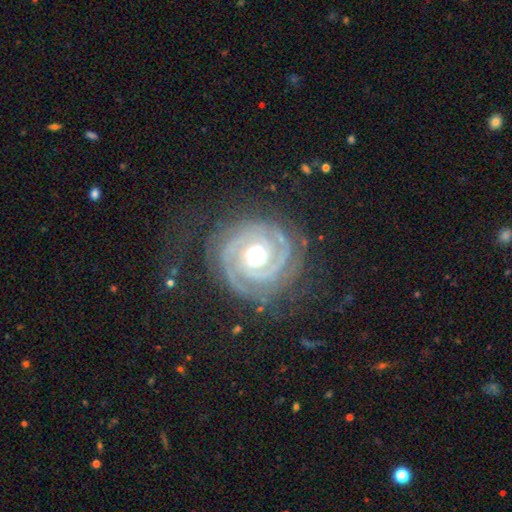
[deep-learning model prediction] featured or disk 91%, star or artifact 5%, smooth 4%. Down the decision tree: edge-on disk — no (97%); bar — no (68%); spiral arms — yes (98%); spiral arm count — 2 (53%); spiral winding — tight (81%); bulge size — moderate (73%); merging — none (76%).